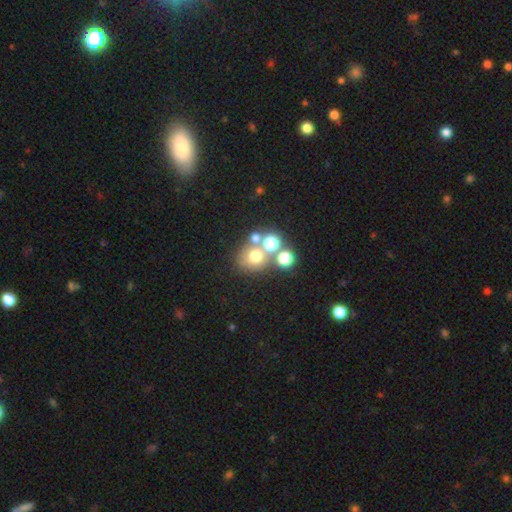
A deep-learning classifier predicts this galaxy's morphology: Q: Smooth or featured?
A: smooth (61%); runner-up: star or artifact (21%)
Q: How rounded?
A: round (83%); runner-up: in between (16%)
Q: Merging?
A: none (50%); runner-up: merger (37%)